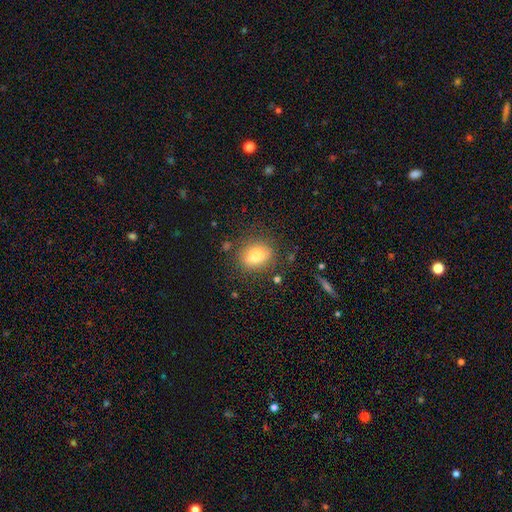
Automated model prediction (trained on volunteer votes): smooth_or_featured: smooth (p=0.77) [alt: featured or disk p=0.13]
how_rounded: round (p=0.54) [alt: in between p=0.44]
merging: none (p=0.81) [alt: minor disturbance p=0.12]